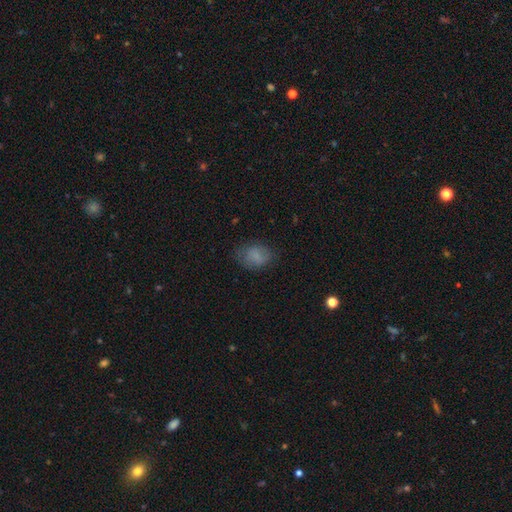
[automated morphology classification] Smooth or featured? Predicted: smooth (p=0.75). How rounded? Predicted: in between (p=0.66). Merging? Predicted: none (p=0.70).